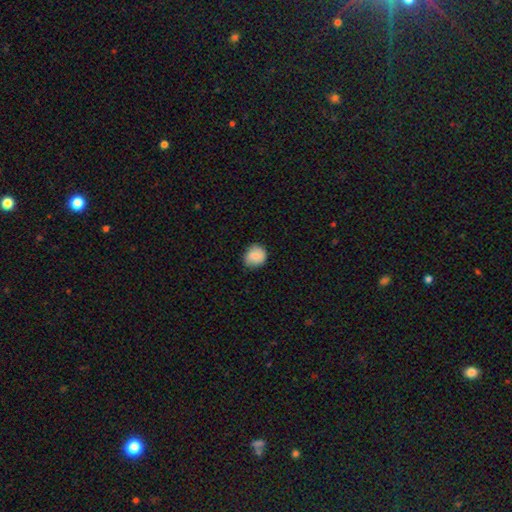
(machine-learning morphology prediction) This is clearly a smooth galaxy (81%). How rounded: likely round (79%). Merging: likely none (73%).